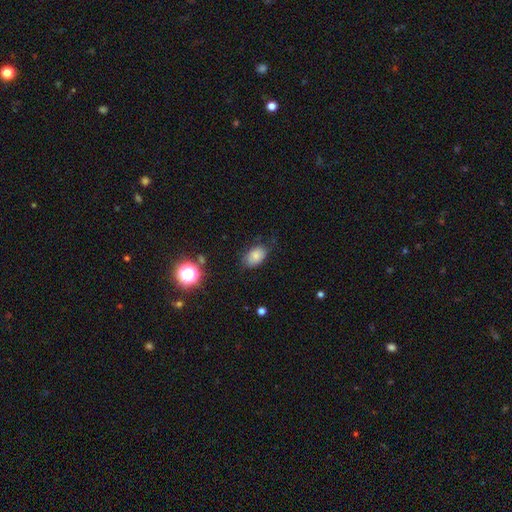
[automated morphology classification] Overall: smooth (79%). How rounded: in between (89%). Merging: none (71%).